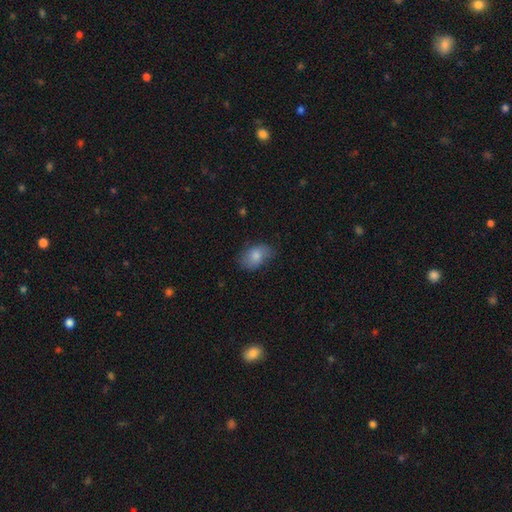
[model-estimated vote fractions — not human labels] smooth 80%, featured or disk 12%, star or artifact 7%. Down the decision tree: how rounded — in between (86%); merging — none (66%).